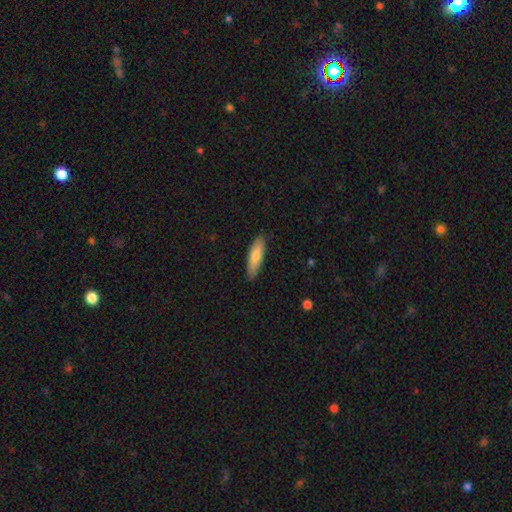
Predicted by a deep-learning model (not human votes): Smooth or featured: smooth — 73% (featured or disk — 21%)
How rounded: cigar-shaped — 68% (in between — 30%)
Merging: none — 86% (minor disturbance — 11%)